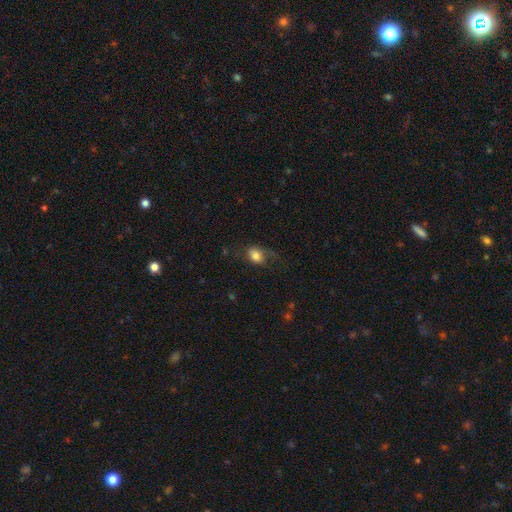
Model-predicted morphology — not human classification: Smooth or featured?
  - smooth: 77% *
  - featured or disk: 15%
  - star or artifact: 9%
How rounded?
  - in between: 71% *
  - round: 27%
  - cigar-shaped: 2%
Merging?
  - none: 46% *
  - major disturbance: 26%
  - minor disturbance: 26%
  - merger: 2%